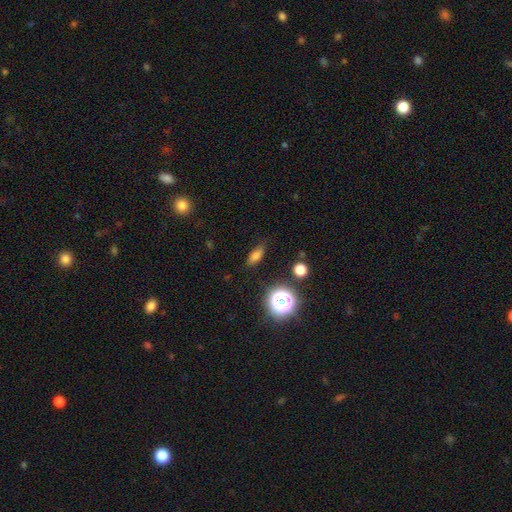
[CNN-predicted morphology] Smooth or featured? smooth (74%)
How rounded? in between (65%)
Merging? none (84%)